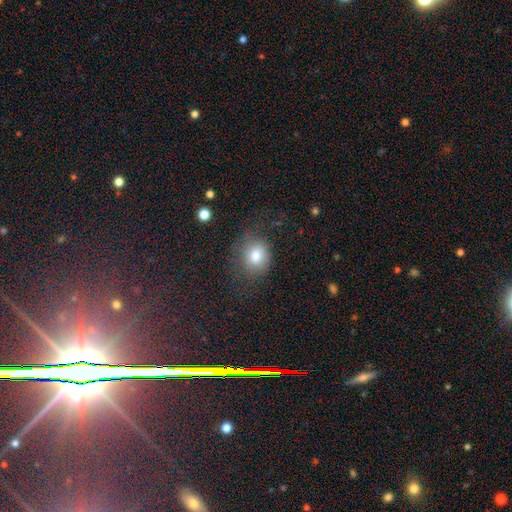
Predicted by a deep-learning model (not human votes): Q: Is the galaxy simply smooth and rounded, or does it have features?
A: smooth — 78%.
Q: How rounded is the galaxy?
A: round — 65%.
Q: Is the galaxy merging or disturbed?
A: none — 65%.